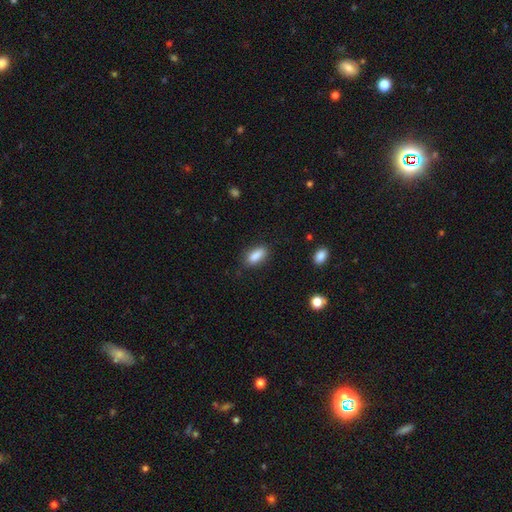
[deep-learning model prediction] Q: Smooth or featured?
A: smooth (86%); runner-up: star or artifact (8%)
Q: How rounded?
A: in between (79%); runner-up: cigar-shaped (17%)
Q: Merging?
A: none (77%); runner-up: minor disturbance (17%)